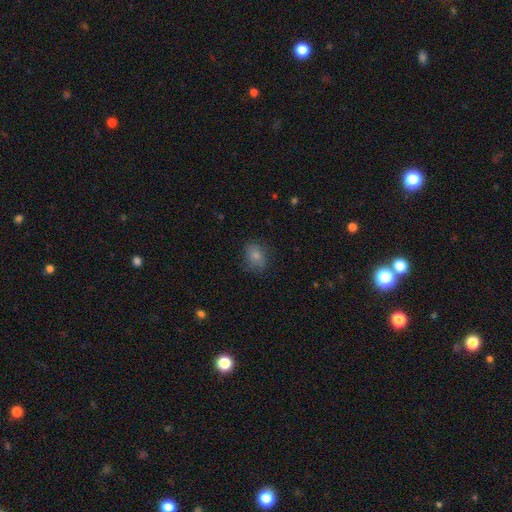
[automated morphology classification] This is clearly a smooth galaxy (81%). How rounded: likely in between (66%). Merging: likely none (76%).